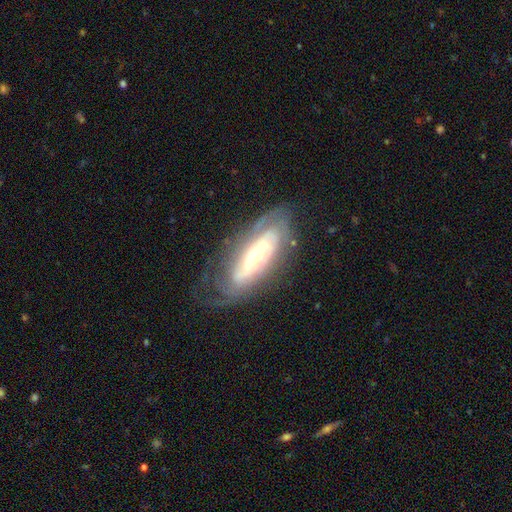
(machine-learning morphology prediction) This is likely a featured or disk galaxy (80%). It is clearly not viewed edge-on (82%). Bar: marginally no (39%). Spiral arm pattern: clearly yes (88%). Spiral arm count: possibly can't tell (46%). Spiral winding: likely tight (61%). Central bulge: marginally small (45%). Merging: likely none (66%).